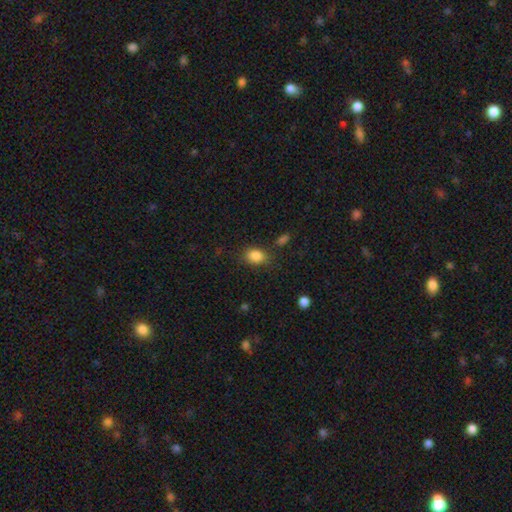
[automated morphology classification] Overall: smooth (85%). How rounded: in between (68%; round 31%). Merging: none (78%).